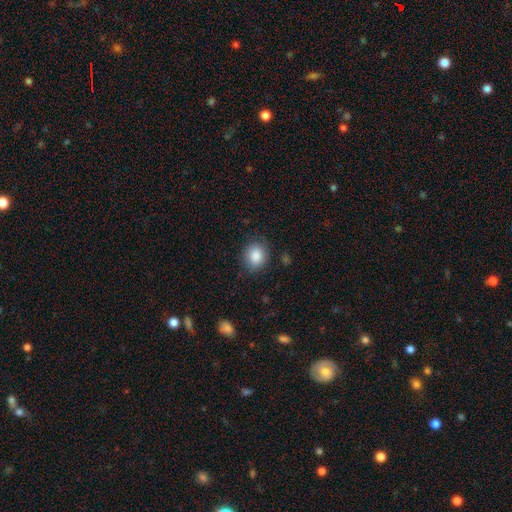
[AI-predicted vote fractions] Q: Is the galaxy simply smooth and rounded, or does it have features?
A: smooth — 86%.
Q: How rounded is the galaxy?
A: round — 68%.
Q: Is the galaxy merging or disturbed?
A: none — 81%.